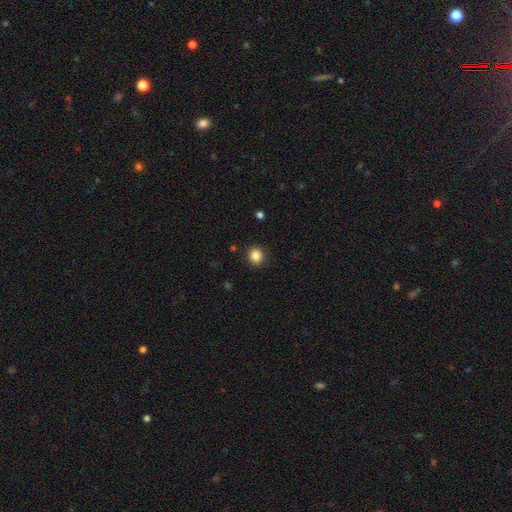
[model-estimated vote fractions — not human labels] Morphology: type=smooth (85%); roundness=round (85%); merging=none (90%).